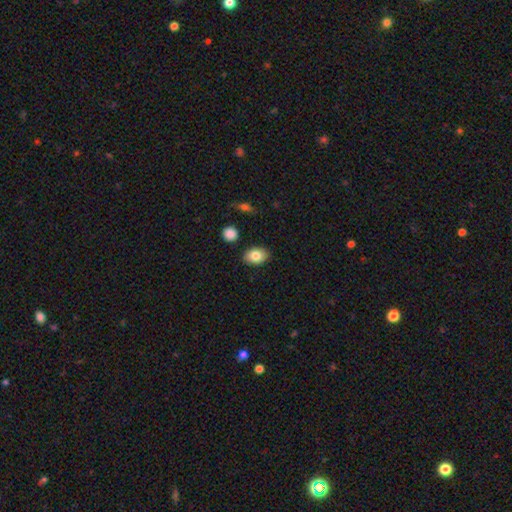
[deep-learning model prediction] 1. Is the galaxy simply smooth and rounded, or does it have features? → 82% smooth, 11% featured or disk, 7% star or artifact.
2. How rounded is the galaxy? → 84% in between, 14% round, 1% cigar-shaped.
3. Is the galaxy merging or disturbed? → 87% none, 9% minor disturbance, 2% merger, 2% major disturbance.